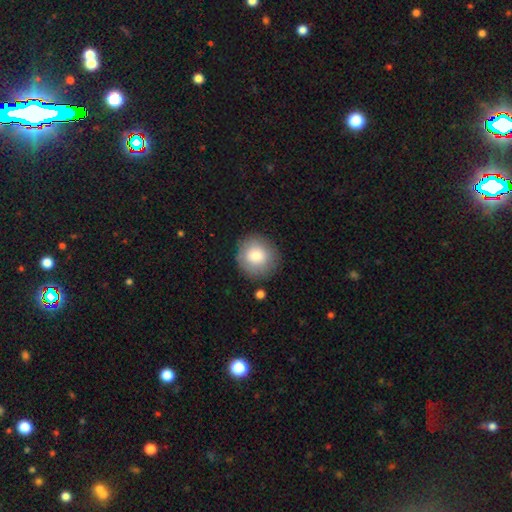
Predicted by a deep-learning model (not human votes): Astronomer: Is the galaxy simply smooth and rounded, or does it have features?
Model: smooth — 81%.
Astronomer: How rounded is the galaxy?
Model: round — 91%.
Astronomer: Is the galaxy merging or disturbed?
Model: none — 83%.